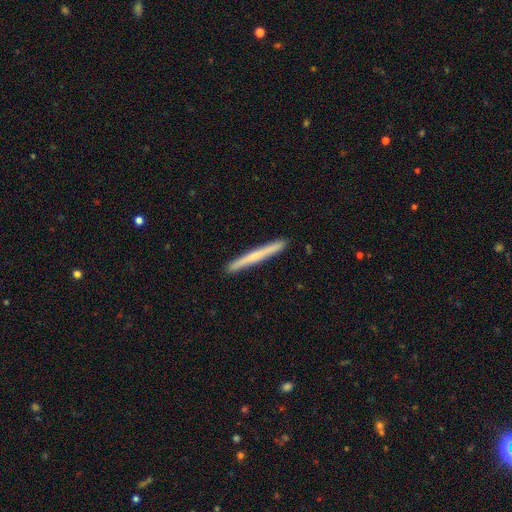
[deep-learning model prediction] This is possibly a smooth galaxy (51%). How rounded: clearly cigar-shaped (97%). Merging: clearly none (92%).